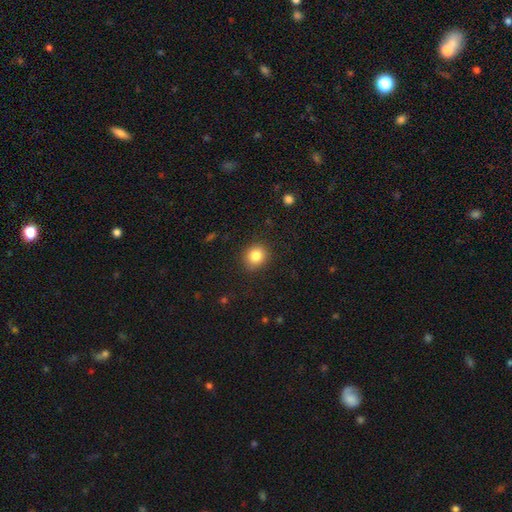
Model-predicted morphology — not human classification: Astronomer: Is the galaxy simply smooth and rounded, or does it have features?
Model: smooth — 85%.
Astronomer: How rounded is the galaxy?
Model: round — 75%.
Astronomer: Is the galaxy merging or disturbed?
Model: none — 86%.